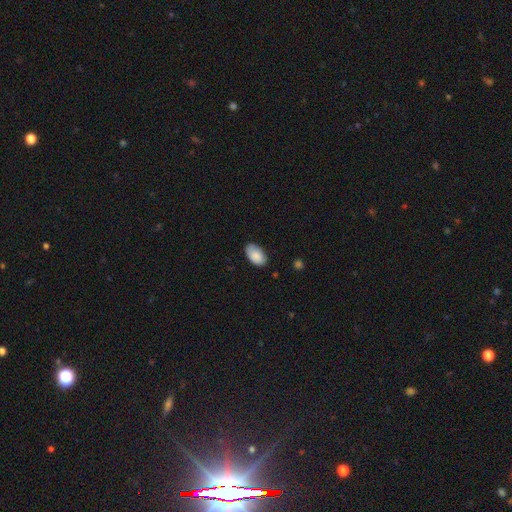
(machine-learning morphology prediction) Q: Smooth or featured?
A: smooth (87%); runner-up: featured or disk (6%)
Q: How rounded?
A: in between (94%); runner-up: round (5%)
Q: Merging?
A: none (77%); runner-up: minor disturbance (19%)